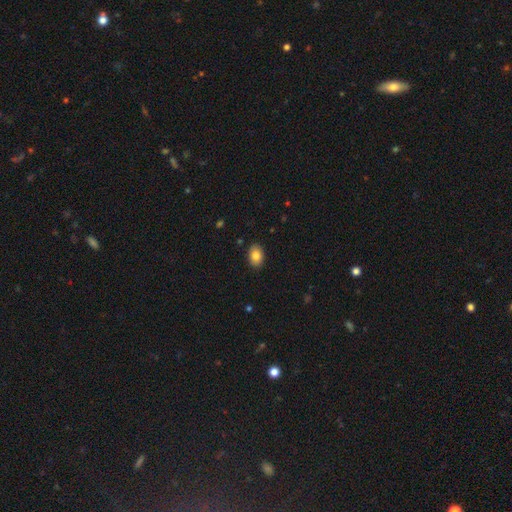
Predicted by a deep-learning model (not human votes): Q: Smooth or featured?
A: smooth (85%); runner-up: star or artifact (8%)
Q: How rounded?
A: in between (83%); runner-up: round (16%)
Q: Merging?
A: none (89%); runner-up: minor disturbance (8%)